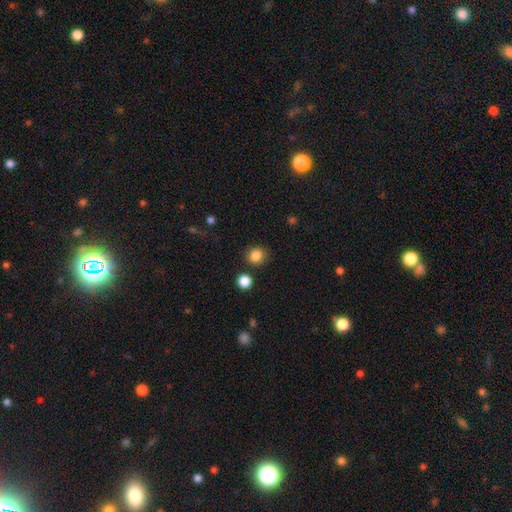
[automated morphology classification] Smooth or featured?
  - smooth: 85% *
  - star or artifact: 11%
  - featured or disk: 4%
How rounded?
  - round: 86% *
  - in between: 13%
  - cigar-shaped: 1%
Merging?
  - none: 85% *
  - minor disturbance: 8%
  - merger: 4%
  - major disturbance: 3%